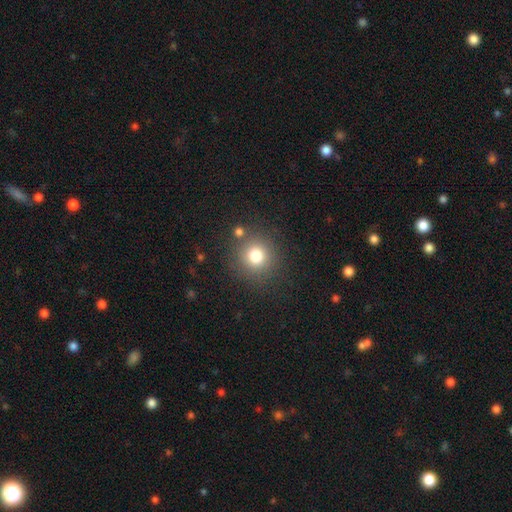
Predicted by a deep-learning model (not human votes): smooth-or-featured: smooth: 77% | star or artifact: 14% | featured or disk: 9%
  how-rounded: round: 92% | in between: 7% | cigar-shaped: 1%
  merging: none: 82% | minor disturbance: 8% | merger: 6% | major disturbance: 4%